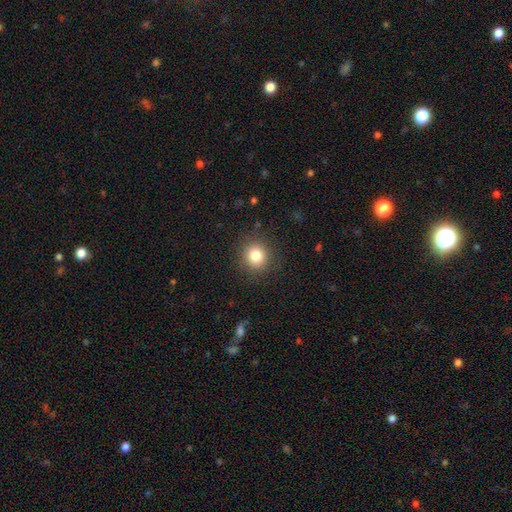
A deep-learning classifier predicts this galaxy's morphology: A smooth galaxy with no disk features (82%) that is round (90%).

Vote fractions:
- Smooth or featured? smooth: 82% / star or artifact: 11% / featured or disk: 6%
- How rounded? round: 90% / in between: 9% / cigar-shaped: 1%
- Merging? none: 89% / minor disturbance: 7% / major disturbance: 3% / merger: 1%